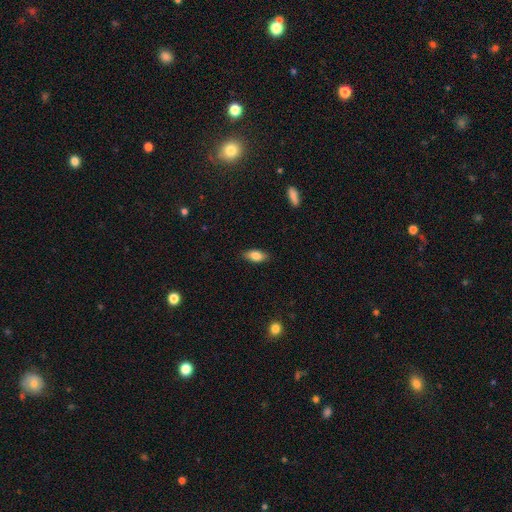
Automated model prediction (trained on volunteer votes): smooth_or_featured: smooth (p=0.82) [alt: featured or disk p=0.10]
how_rounded: in between (p=0.87) [alt: cigar-shaped p=0.09]
merging: none (p=0.85) [alt: minor disturbance p=0.11]